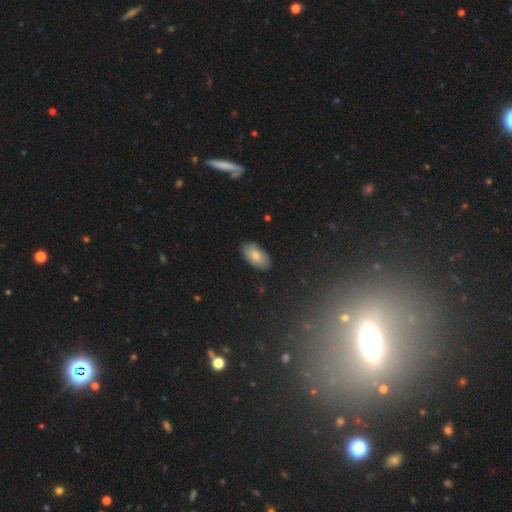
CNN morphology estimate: smooth_or_featured: smooth (p=0.77) [alt: featured or disk p=0.15]
how_rounded: in between (p=0.94) [alt: round p=0.03]
merging: none (p=0.82) [alt: minor disturbance p=0.14]